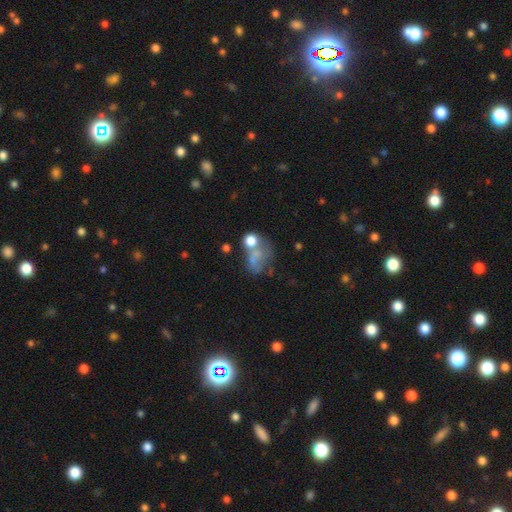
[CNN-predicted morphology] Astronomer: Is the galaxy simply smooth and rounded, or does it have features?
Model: smooth — 55%.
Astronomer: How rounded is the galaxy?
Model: in between — 56% (runner-up: round, 43%).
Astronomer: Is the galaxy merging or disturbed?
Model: merger — 31% (runner-up: major disturbance, 27%).